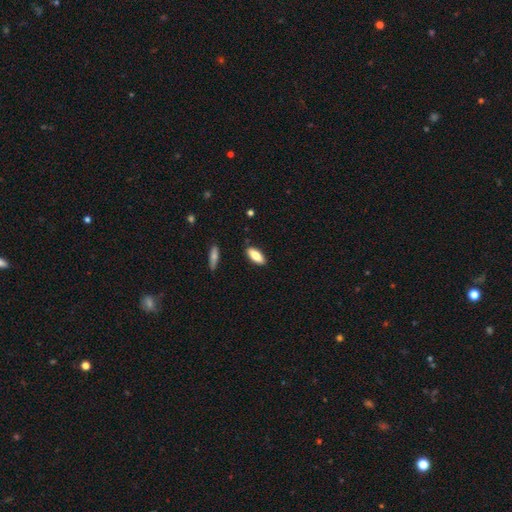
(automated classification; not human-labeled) This is likely a smooth galaxy (78%). How rounded: likely in between (79%). Merging: clearly none (88%).